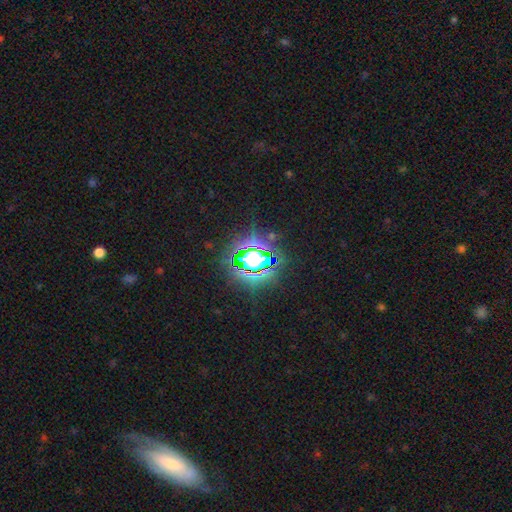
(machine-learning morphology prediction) Overall: star or artifact (79%).